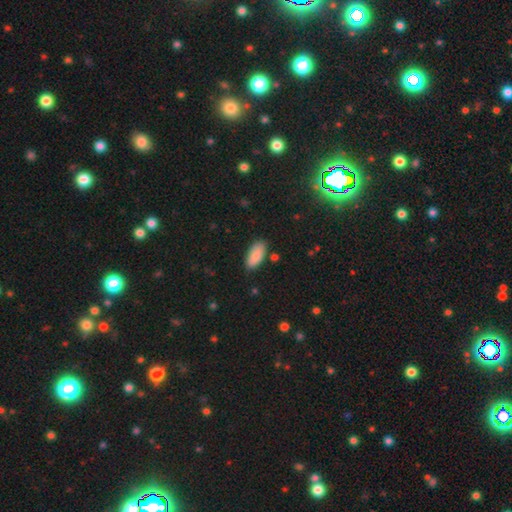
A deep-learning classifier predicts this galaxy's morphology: smooth 89%, star or artifact 6%, featured or disk 5%. Down the decision tree: how rounded — in between (89%); merging — none (83%).